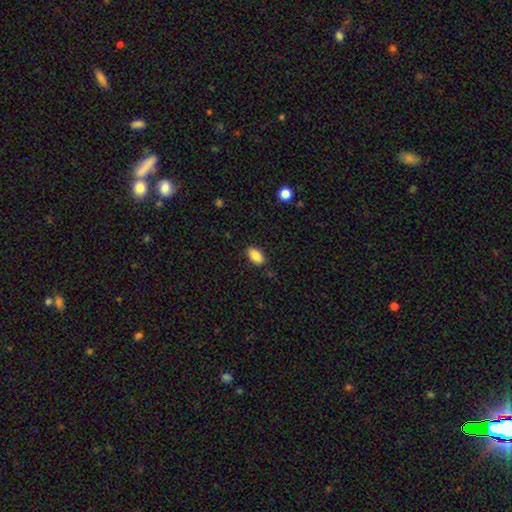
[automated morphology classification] This appears to be a smooth galaxy with no disk features (86%) that is in between round and cigar-shaped (91%). Merging: none (86%).